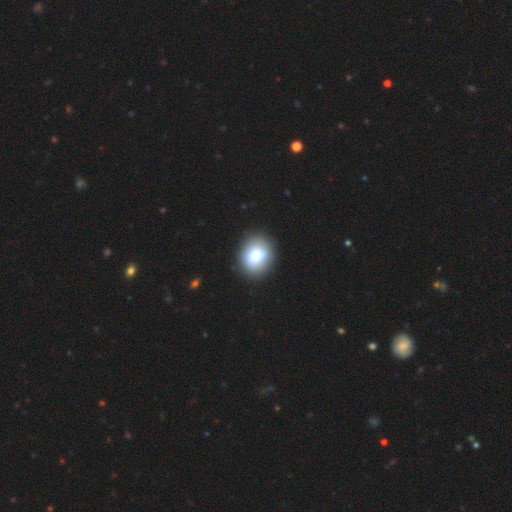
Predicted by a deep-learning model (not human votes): Morphology: type=smooth (80%); roundness=round (63%); merging=none (91%).